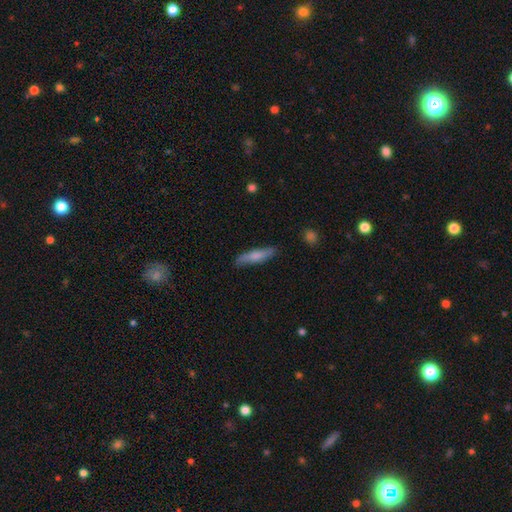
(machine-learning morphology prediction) Overall: smooth (66%; featured or disk 28%). How rounded: cigar-shaped (80%). Merging: none (80%).